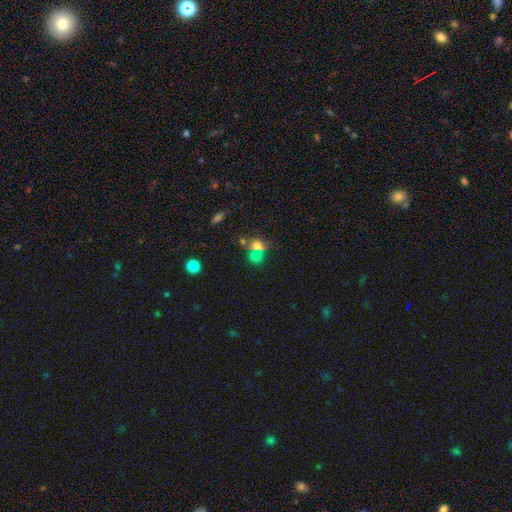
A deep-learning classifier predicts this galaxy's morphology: Q: Smooth or featured?
A: smooth (67%); runner-up: star or artifact (21%)
Q: How rounded?
A: round (66%); runner-up: in between (33%)
Q: Merging?
A: merger (46%); runner-up: none (40%)